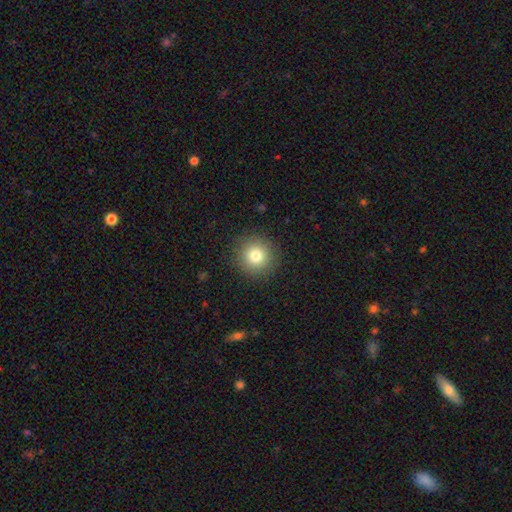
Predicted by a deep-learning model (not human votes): Smooth or featured?
  - smooth: 79% *
  - star or artifact: 12%
  - featured or disk: 9%
How rounded?
  - round: 95% *
  - in between: 4%
  - cigar-shaped: 1%
Merging?
  - none: 90% *
  - minor disturbance: 6%
  - major disturbance: 3%
  - merger: 1%